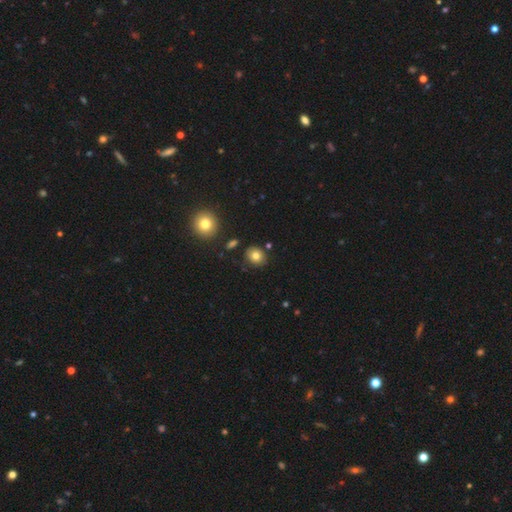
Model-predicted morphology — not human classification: smooth 79%, star or artifact 11%, featured or disk 10%. Down the decision tree: how rounded — round (69%); merging — none (84%).